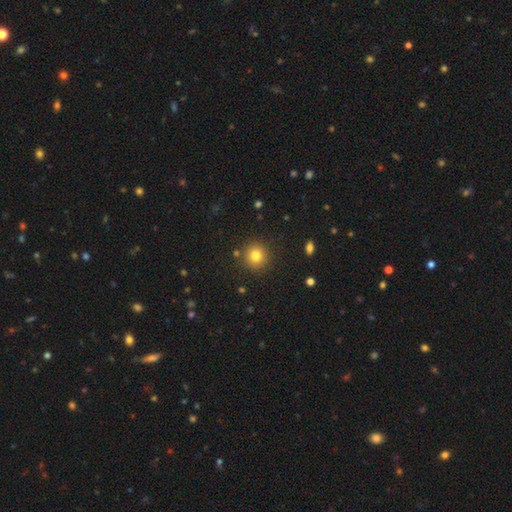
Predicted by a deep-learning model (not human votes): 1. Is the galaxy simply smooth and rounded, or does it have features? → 79% smooth, 13% star or artifact, 8% featured or disk.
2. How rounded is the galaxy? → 93% round, 6% in between, 1% cigar-shaped.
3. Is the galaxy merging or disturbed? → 88% none, 7% minor disturbance, 3% merger, 3% major disturbance.